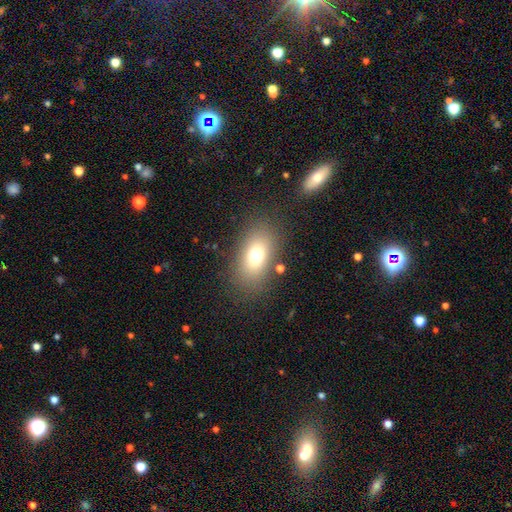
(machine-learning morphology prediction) Smooth or featured?
  - smooth: 72% *
  - featured or disk: 15%
  - star or artifact: 13%
How rounded?
  - in between: 83% *
  - round: 13%
  - cigar-shaped: 3%
Merging?
  - none: 80% *
  - minor disturbance: 11%
  - major disturbance: 6%
  - merger: 3%